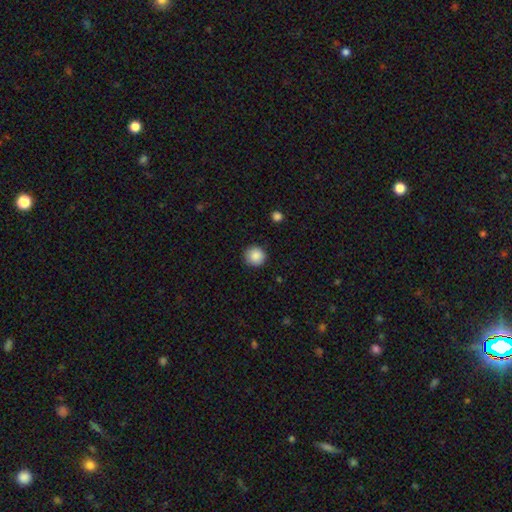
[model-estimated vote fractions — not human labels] A smooth galaxy with no disk features (88%) that is round (94%). Merging: none (90%).